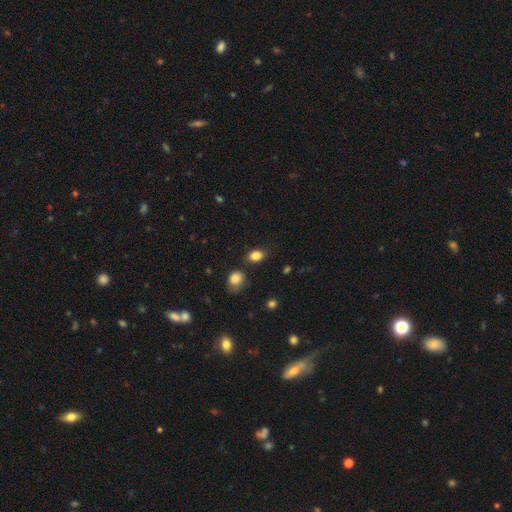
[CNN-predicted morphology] smooth-or-featured: smooth: 85% | star or artifact: 10% | featured or disk: 5%
  how-rounded: in between: 67% | round: 32% | cigar-shaped: 1%
  merging: none: 77% | minor disturbance: 14% | merger: 5% | major disturbance: 3%